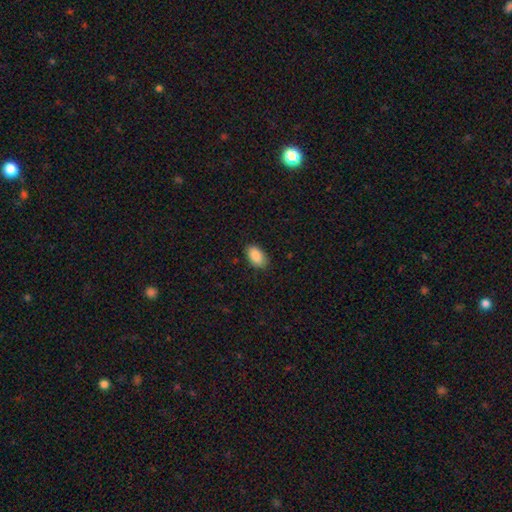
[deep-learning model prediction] This appears to be a smooth galaxy with no disk features (89%) that is in between round and cigar-shaped (93%). Merging: none (85%).